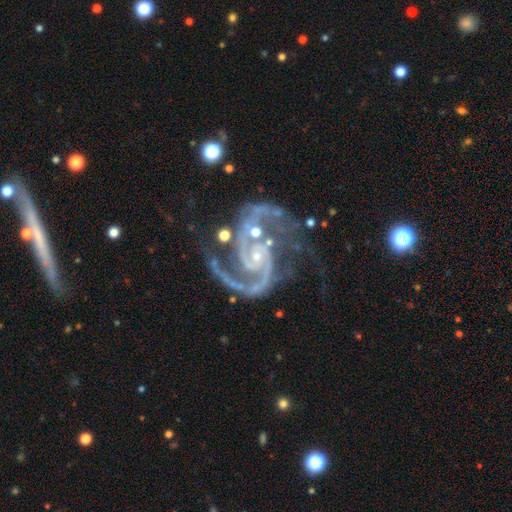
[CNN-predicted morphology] smooth-or-featured: featured or disk: 94% | star or artifact: 5% | smooth: 2%
  disk-edge-on: no: 98% | yes: 2%
    bar: no: 50% | weak: 33% | strong: 17%
    has-spiral-arms: yes: 99% | no: 1%
      spiral-winding: medium: 61% | tight: 25% | loose: 14%
      spiral-arm-count: 2: 86% | 3: 5% | can't tell: 2% | 1: 2% | 4: 2% | more than 4: 2%
    bulge-size: small: 81% | moderate: 13% | none: 4% | large: 1% | dominant: 1%
  merging: none: 53% | minor disturbance: 20% | major disturbance: 18% | merger: 9%